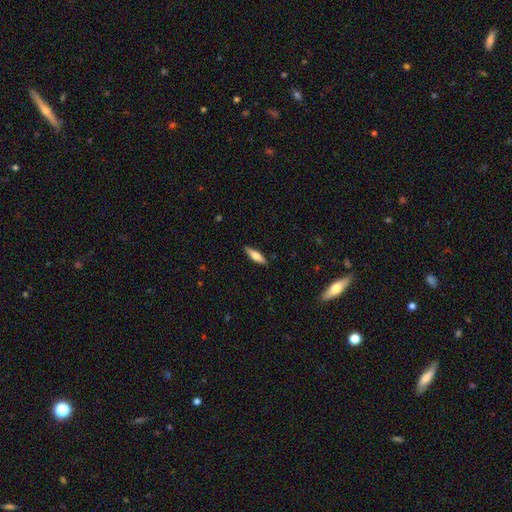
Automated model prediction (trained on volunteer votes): smooth-or-featured: smooth: 54% | featured or disk: 40% | star or artifact: 6%
  how-rounded: cigar-shaped: 61% | in between: 37% | round: 2%
  merging: none: 88% | minor disturbance: 9% | major disturbance: 2% | merger: 1%